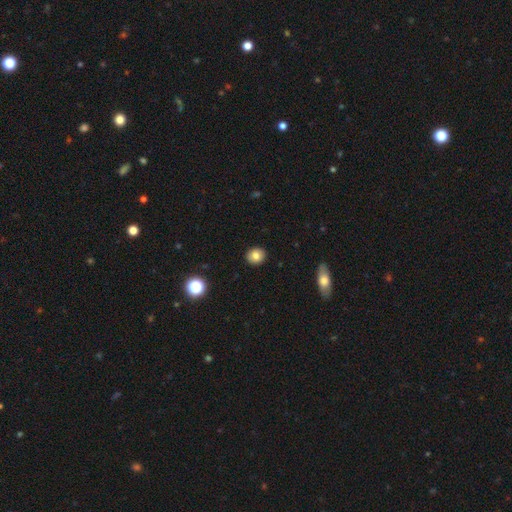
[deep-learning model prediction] Smooth or featured: smooth — 81% (star or artifact — 10%)
How rounded: round — 76% (in between — 23%)
Merging: none — 91% (minor disturbance — 6%)